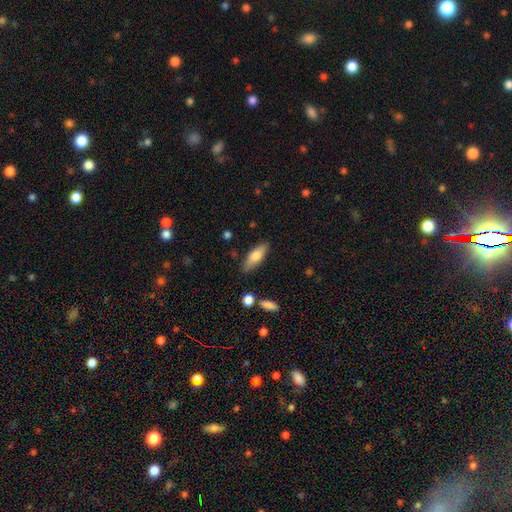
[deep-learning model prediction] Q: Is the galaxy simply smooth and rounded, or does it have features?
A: smooth — 71%.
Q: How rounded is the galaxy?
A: in between — 59%.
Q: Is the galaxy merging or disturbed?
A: none — 81%.